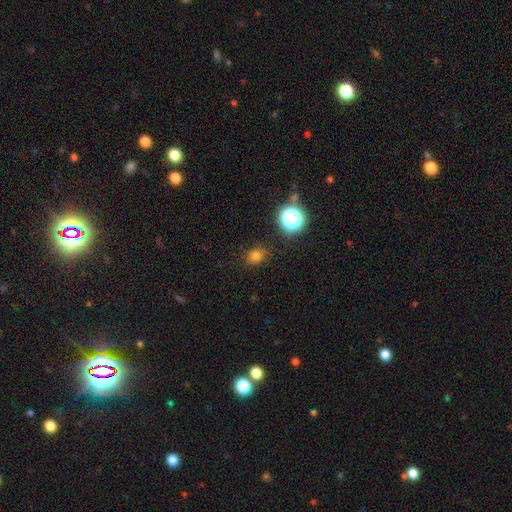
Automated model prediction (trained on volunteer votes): This is likely a smooth galaxy (75%). How rounded: likely round (72%). Merging: clearly none (83%).